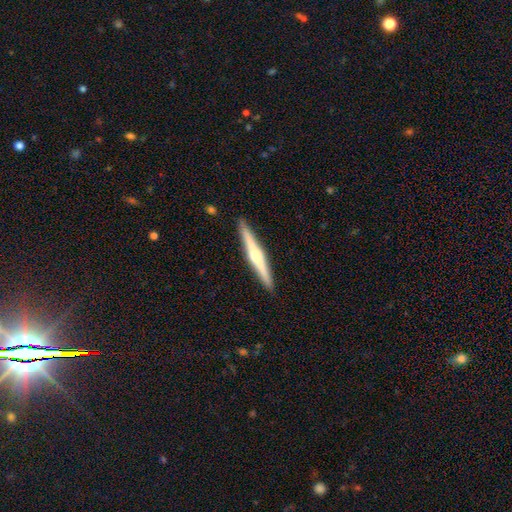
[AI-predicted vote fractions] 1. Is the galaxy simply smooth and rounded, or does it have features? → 71% featured or disk, 24% smooth, 5% star or artifact.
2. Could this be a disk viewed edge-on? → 98% yes, 2% no.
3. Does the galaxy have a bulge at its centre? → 87% rounded, 8% none, 6% boxy.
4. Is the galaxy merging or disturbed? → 92% none, 6% minor disturbance, 1% major disturbance, 1% merger.